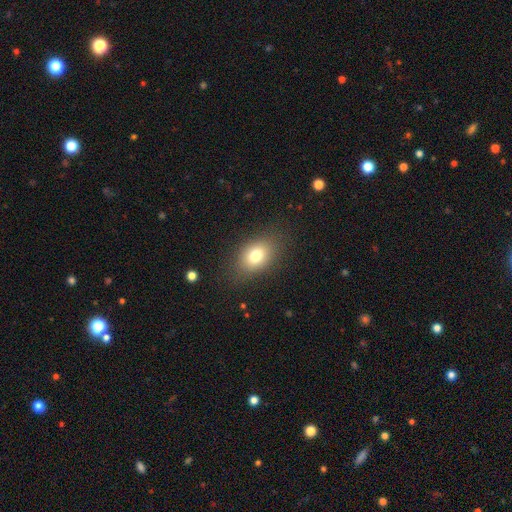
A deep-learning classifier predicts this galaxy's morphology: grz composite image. It shows a smooth galaxy with no disk features (76%) that is in between round and cigar-shaped (75%). Merging: none (82%).